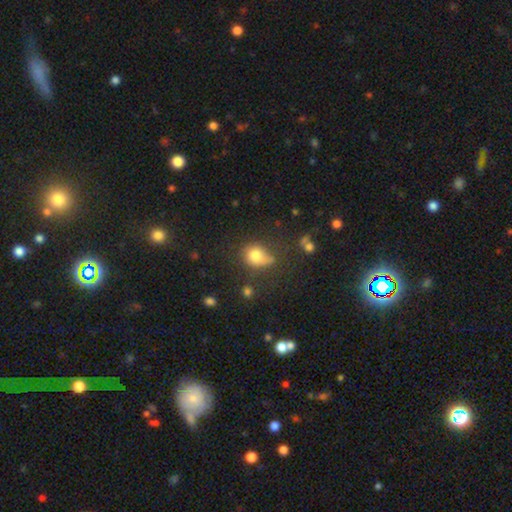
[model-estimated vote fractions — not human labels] A smooth galaxy with no disk features (76%) that is round (54%).

Vote fractions:
- Smooth or featured? smooth: 76% / star or artifact: 12% / featured or disk: 12%
- How rounded? round: 54% / in between: 44% / cigar-shaped: 1%
- Merging? none: 45% / minor disturbance: 28% / major disturbance: 17% / merger: 10%